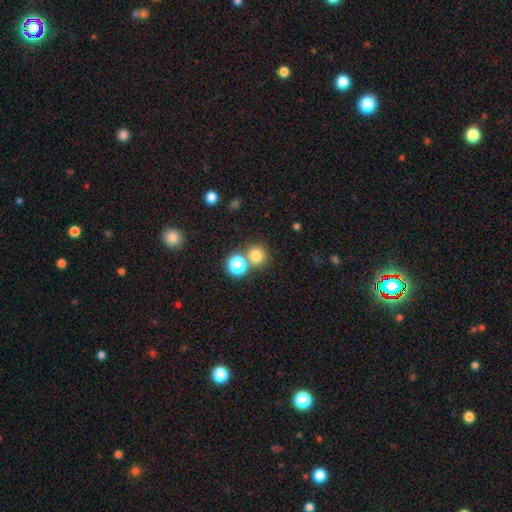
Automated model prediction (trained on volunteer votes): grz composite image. It shows a smooth galaxy with no disk features (75%) that is round (91%). Merging: none (68%).